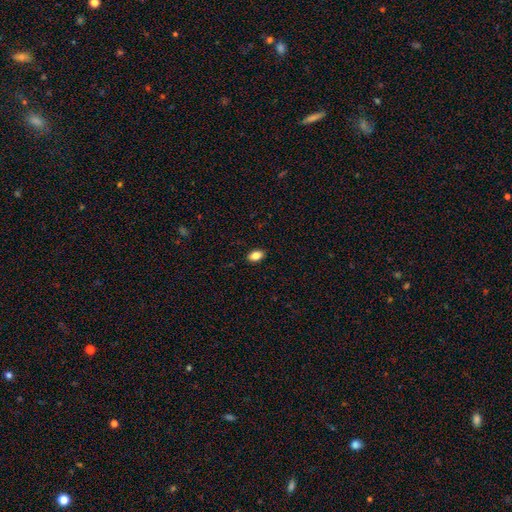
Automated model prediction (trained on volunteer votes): Smooth or featured: smooth — 84% (star or artifact — 9%)
How rounded: in between — 89% (round — 8%)
Merging: none — 89% (minor disturbance — 8%)